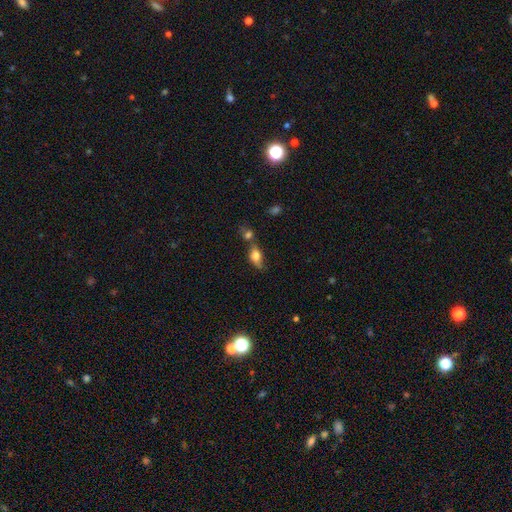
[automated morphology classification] Smooth or featured?
  - smooth: 70% *
  - featured or disk: 20%
  - star or artifact: 10%
How rounded?
  - in between: 75% *
  - round: 17%
  - cigar-shaped: 8%
Merging?
  - none: 35% *
  - merger: 33%
  - minor disturbance: 20%
  - major disturbance: 12%